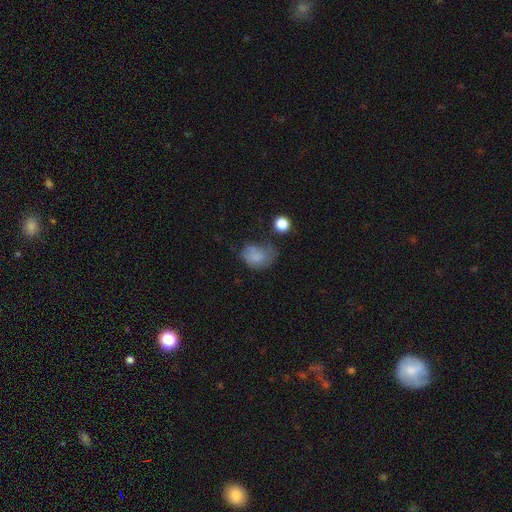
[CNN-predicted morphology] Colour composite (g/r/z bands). It shows a smooth galaxy with no disk features (71%) that is in between round and cigar-shaped (60%). Merging: none (35%).